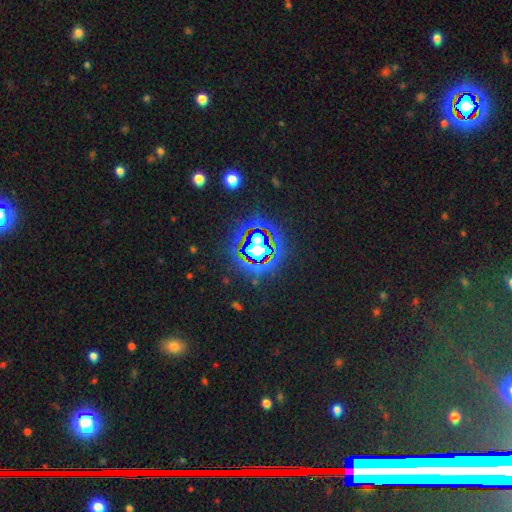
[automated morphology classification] Smooth or featured? Predicted: star or artifact (p=0.79).